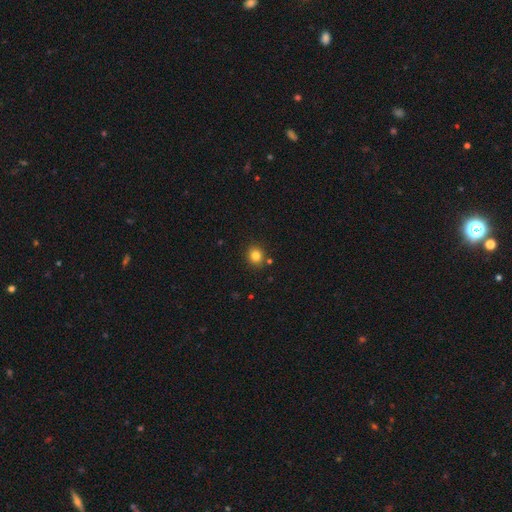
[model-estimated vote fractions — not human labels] This appears to be a smooth galaxy with no disk features (82%) that is round (83%). Merging: none (86%).